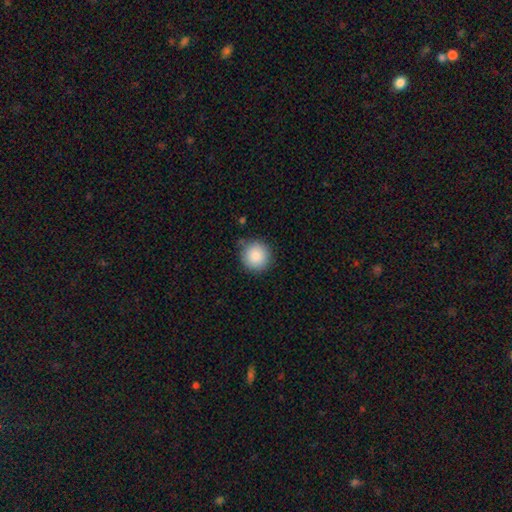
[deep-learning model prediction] smooth_or_featured: smooth (p=0.88) [alt: star or artifact p=0.08]
how_rounded: round (p=0.95) [alt: in between p=0.04]
merging: none (p=0.86) [alt: minor disturbance p=0.09]